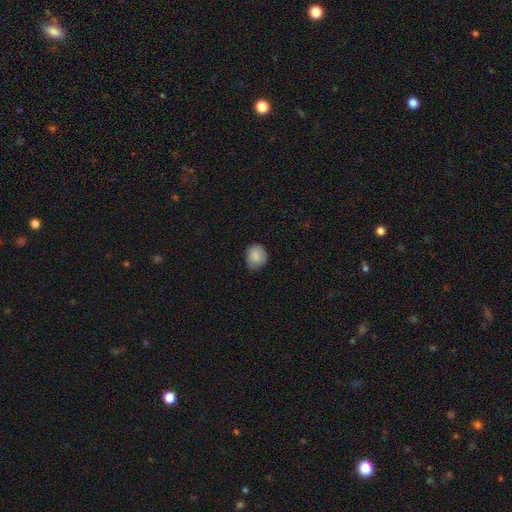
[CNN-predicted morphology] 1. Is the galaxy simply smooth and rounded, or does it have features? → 85% smooth, 8% featured or disk, 7% star or artifact.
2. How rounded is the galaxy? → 65% round, 34% in between, 1% cigar-shaped.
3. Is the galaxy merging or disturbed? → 72% none, 24% minor disturbance, 4% major disturbance, 1% merger.